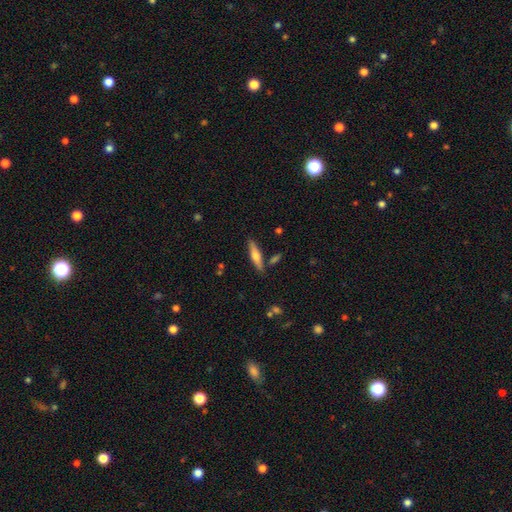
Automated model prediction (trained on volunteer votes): smooth-or-featured: featured or disk: 49% | smooth: 45% | star or artifact: 6%
  merging: none: 82% | minor disturbance: 10% | merger: 5% | major disturbance: 2%